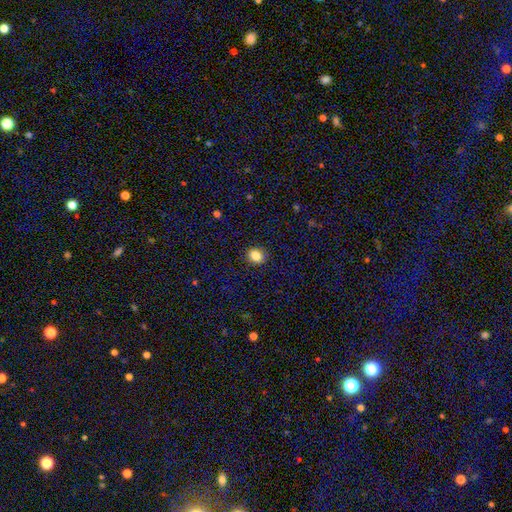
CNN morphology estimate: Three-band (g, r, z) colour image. It shows a smooth galaxy with no disk features (85%) that is round (64%). Merging: none (91%).